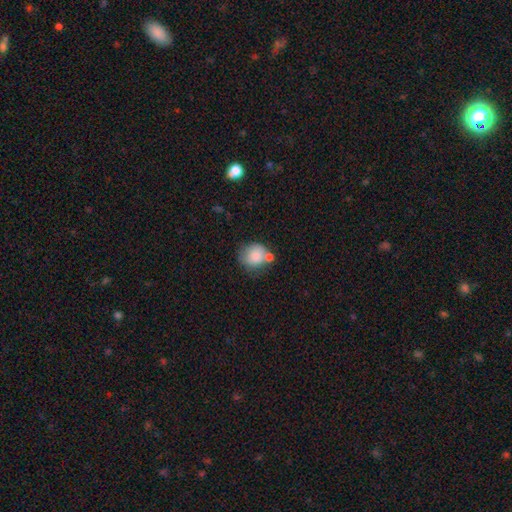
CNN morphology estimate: Smooth or featured? smooth (81%)
How rounded? round (79%)
Merging? none (48%)